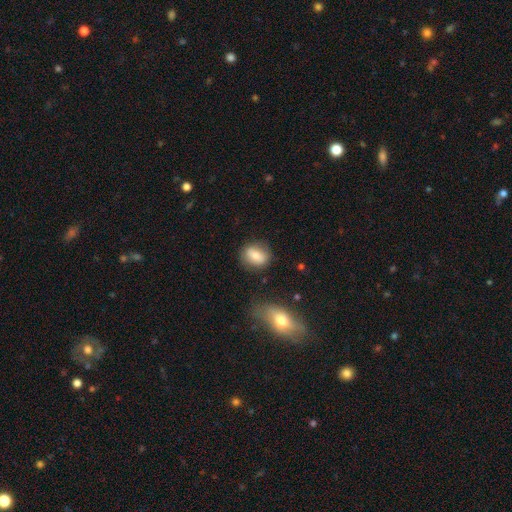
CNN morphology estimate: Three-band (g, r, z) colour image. It shows a smooth galaxy with no disk features (74%) that is in between round and cigar-shaped (54%). Merging: none (80%).